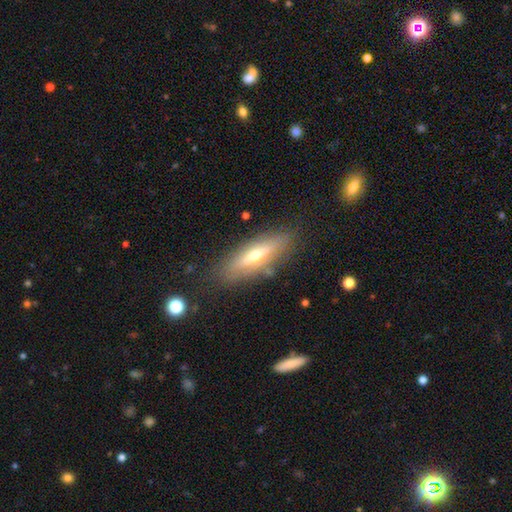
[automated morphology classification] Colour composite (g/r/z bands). It shows a featured or disk galaxy (52%) viewed edge-on (79%). Merging: none (81%).